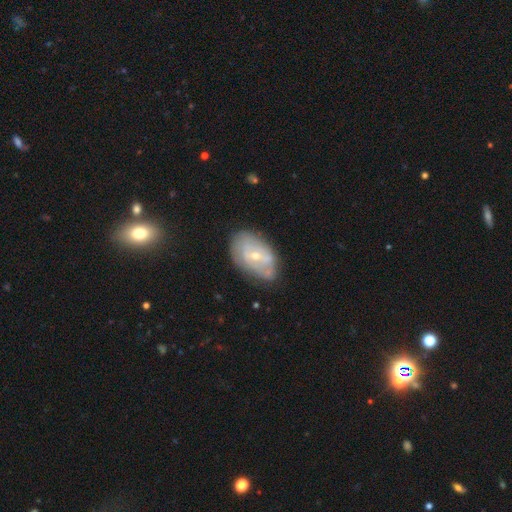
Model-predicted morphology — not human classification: Q: Smooth or featured?
A: featured or disk (65%); runner-up: smooth (28%)
Q: Edge-on disk?
A: no (94%); runner-up: yes (6%)
Q: Bar?
A: no (53%); runner-up: weak (36%)
Q: Spiral arms?
A: yes (58%); runner-up: no (42%)
Q: Bulge size?
A: small (62%); runner-up: moderate (35%)
Q: Merging?
A: none (63%); runner-up: minor disturbance (25%)